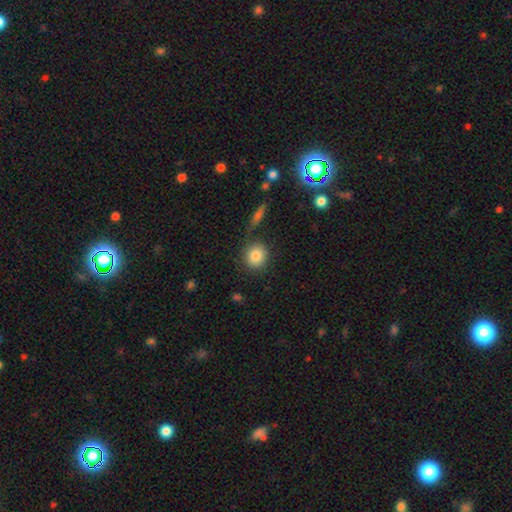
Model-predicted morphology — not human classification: Q: Smooth or featured?
A: smooth (84%); runner-up: star or artifact (8%)
Q: How rounded?
A: round (80%); runner-up: in between (18%)
Q: Merging?
A: none (77%); runner-up: minor disturbance (11%)